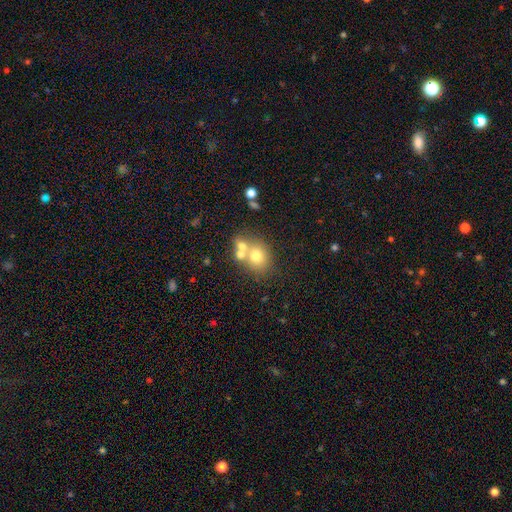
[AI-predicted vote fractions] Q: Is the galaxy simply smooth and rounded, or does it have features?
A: smooth — 66%.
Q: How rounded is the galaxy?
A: round — 63%.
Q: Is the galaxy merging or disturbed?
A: none — 45%.